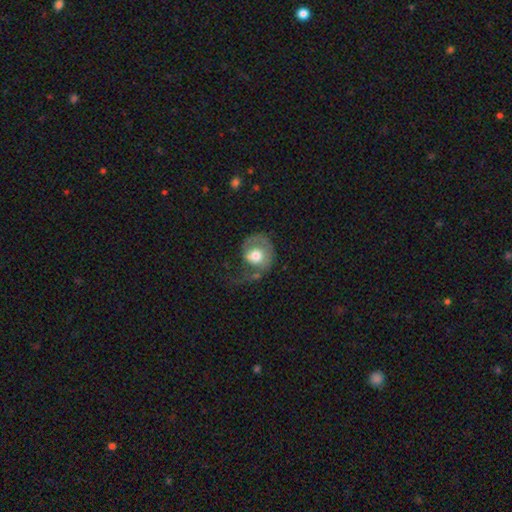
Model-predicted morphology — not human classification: smooth 51%, featured or disk 41%, star or artifact 7%. Down the decision tree: how rounded — round (70%); merging — major disturbance (49%).